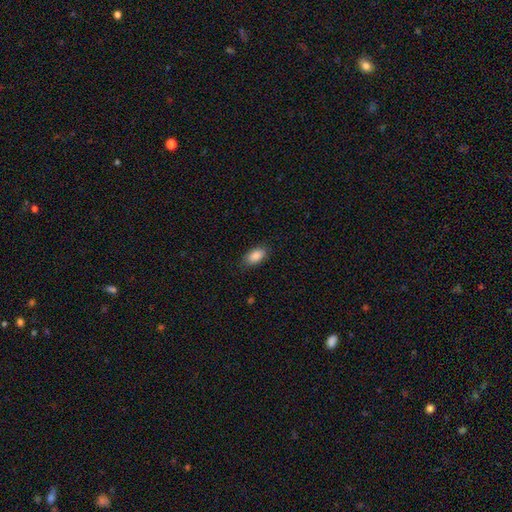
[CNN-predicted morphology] Smooth or featured? Predicted: smooth (p=0.88). How rounded? Predicted: in between (p=0.92). Merging? Predicted: none (p=0.84).